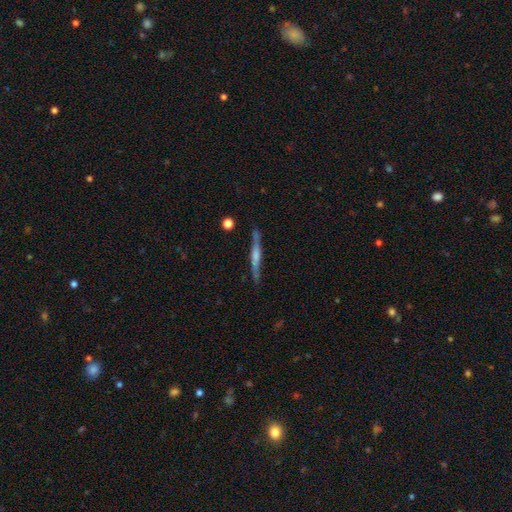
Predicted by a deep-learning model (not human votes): Q: Smooth or featured?
A: featured or disk (62%); runner-up: smooth (32%)
Q: Edge-on disk?
A: yes (96%); runner-up: no (4%)
Q: Edge-on bulge?
A: rounded (46%); runner-up: boxy (28%)
Q: Merging?
A: none (83%); runner-up: minor disturbance (12%)